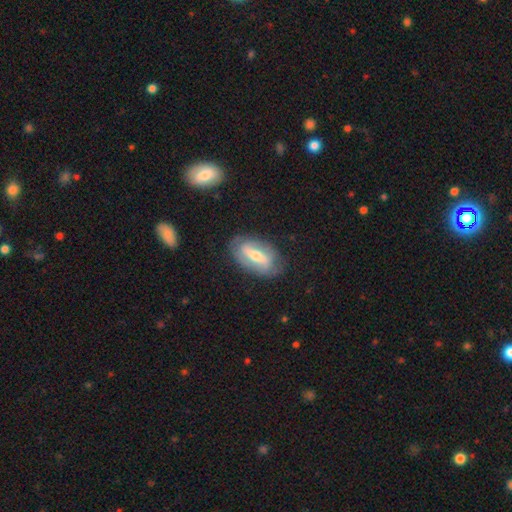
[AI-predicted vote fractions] This is likely a featured or disk galaxy (65%). It is clearly not viewed edge-on (85%). Bar: possibly strong (57%). Spiral arm pattern: likely yes (60%). Central bulge: likely moderate (61%). Merging: likely none (79%).